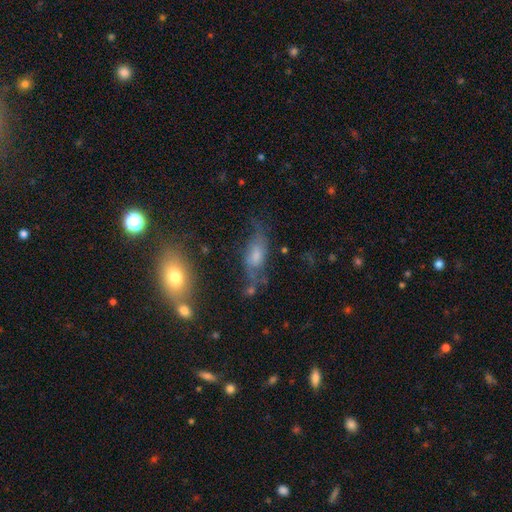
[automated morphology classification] Overall: featured or disk (45%; smooth 42%). Merging: none (46%; minor disturbance 26%).